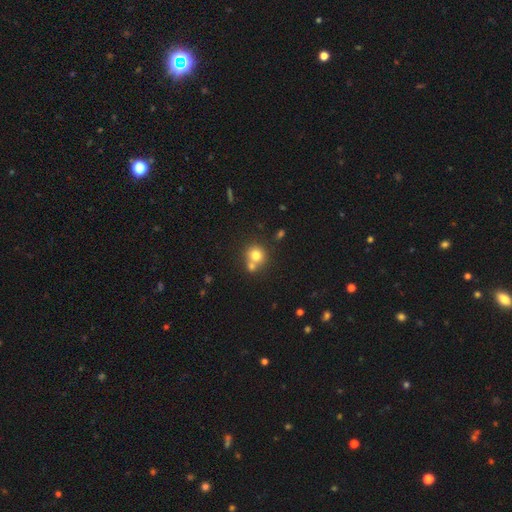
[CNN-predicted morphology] smooth 77%, featured or disk 12%, star or artifact 12%. Down the decision tree: how rounded — round (88%); merging — none (51%).